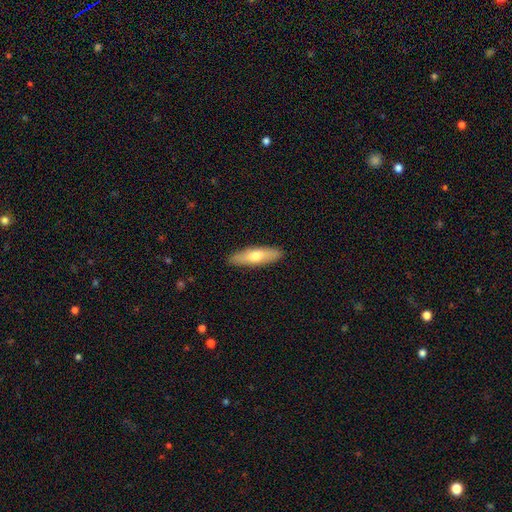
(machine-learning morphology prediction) Smooth or featured?
  - smooth: 63% *
  - featured or disk: 32%
  - star or artifact: 6%
How rounded?
  - cigar-shaped: 60% *
  - in between: 38%
  - round: 2%
Merging?
  - none: 89% *
  - minor disturbance: 8%
  - major disturbance: 2%
  - merger: 1%